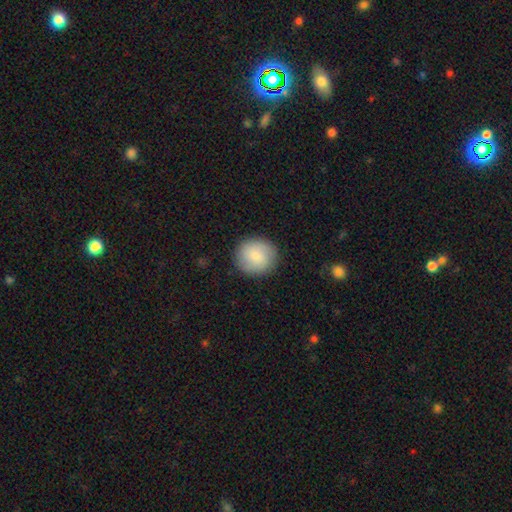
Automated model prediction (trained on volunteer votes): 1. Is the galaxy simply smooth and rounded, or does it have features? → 79% smooth, 14% featured or disk, 7% star or artifact.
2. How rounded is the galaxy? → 89% round, 10% in between, 1% cigar-shaped.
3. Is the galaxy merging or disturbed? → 88% none, 8% minor disturbance, 2% major disturbance, 1% merger.